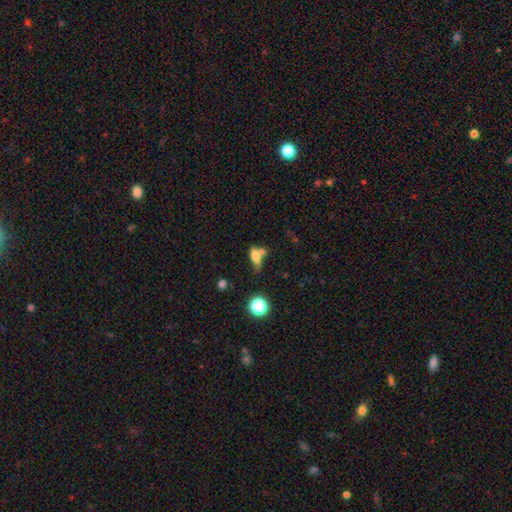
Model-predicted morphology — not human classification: type=smooth (71%); roundness=in between (63%); merging=none (38%).